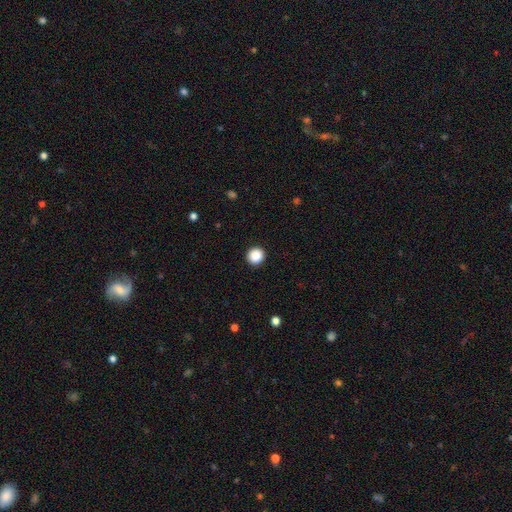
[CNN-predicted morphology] smooth 88%, star or artifact 9%, featured or disk 2%. Down the decision tree: how rounded — round (95%); merging — none (93%).